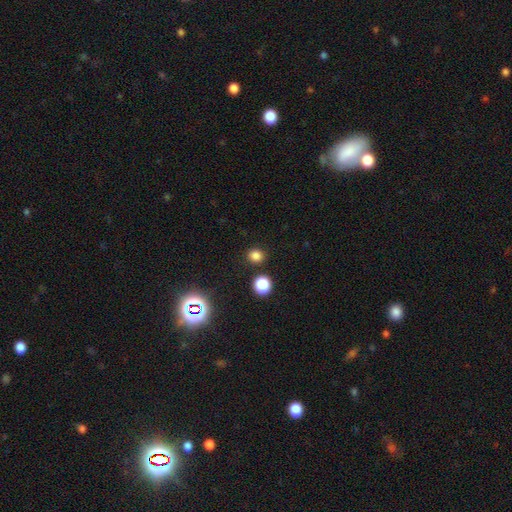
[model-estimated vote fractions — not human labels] A smooth galaxy with no disk features (79%) that is round (82%). Merging: none (87%).